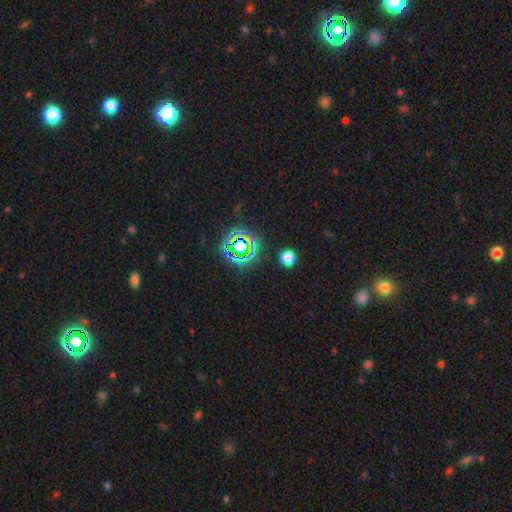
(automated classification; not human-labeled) This appears to be a star or artifact, not a galaxy (54%).